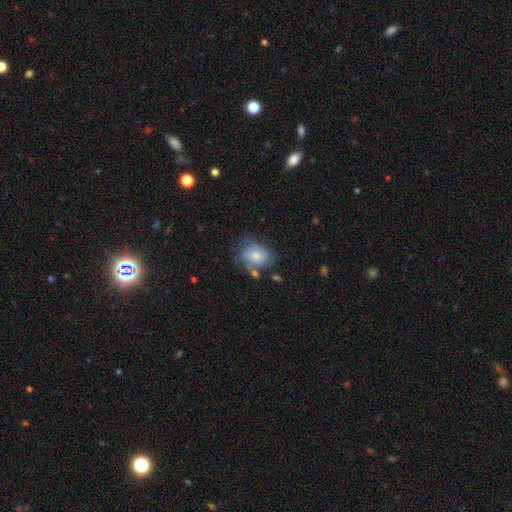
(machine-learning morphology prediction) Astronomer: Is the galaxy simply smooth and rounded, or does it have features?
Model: smooth — 71%.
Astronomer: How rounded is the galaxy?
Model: in between — 59% (runner-up: round, 40%).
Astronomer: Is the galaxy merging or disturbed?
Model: none — 55%.